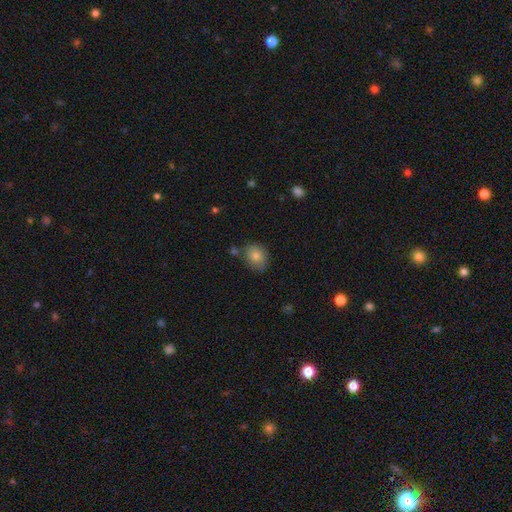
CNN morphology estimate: Smooth or featured? smooth (81%)
How rounded? in between (52%)
Merging? none (73%)